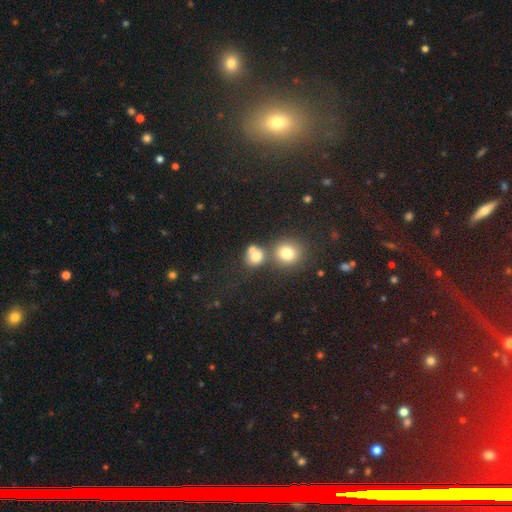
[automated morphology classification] smooth-or-featured: smooth: 76% | star or artifact: 13% | featured or disk: 11%
  how-rounded: round: 76% | in between: 23% | cigar-shaped: 1%
  merging: none: 44% | merger: 42% | minor disturbance: 9% | major disturbance: 5%